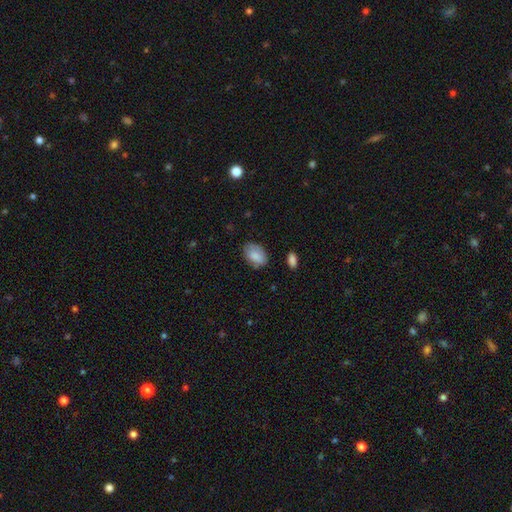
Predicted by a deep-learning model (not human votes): smooth_or_featured: smooth (p=0.85) [alt: featured or disk p=0.08]
how_rounded: in between (p=0.89) [alt: round p=0.10]
merging: none (p=0.74) [alt: minor disturbance p=0.20]